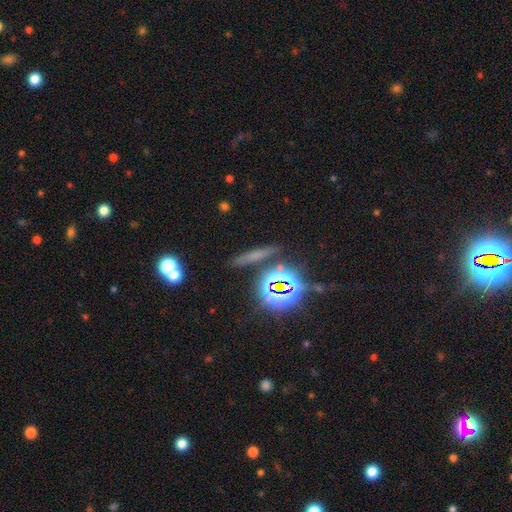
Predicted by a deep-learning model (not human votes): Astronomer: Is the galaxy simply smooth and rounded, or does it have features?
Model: smooth — 45% (runner-up: star or artifact, 31%).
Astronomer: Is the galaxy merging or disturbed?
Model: none — 82%.